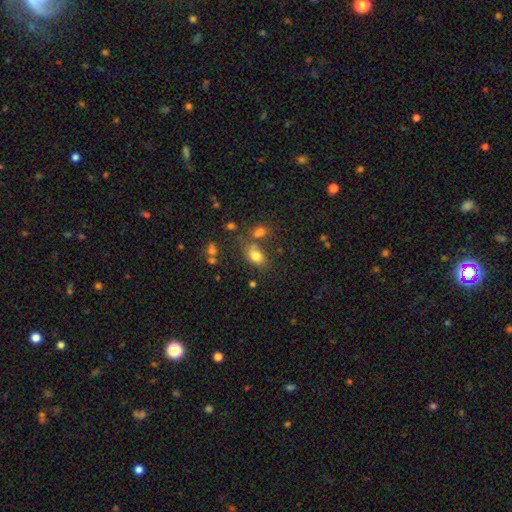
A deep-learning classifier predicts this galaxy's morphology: Smooth or featured? Predicted: smooth (p=0.79). How rounded? Predicted: in between (p=0.84). Merging? Predicted: none (p=0.58).